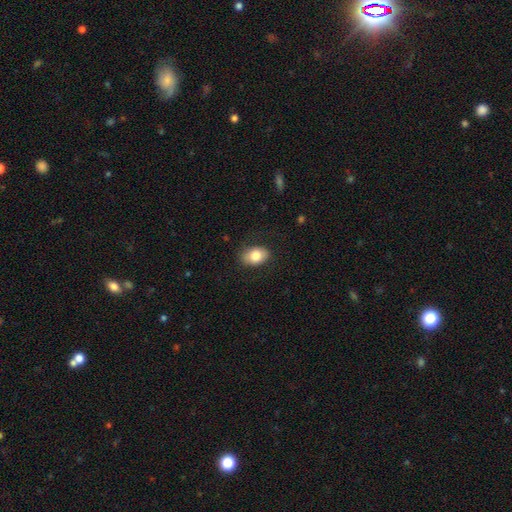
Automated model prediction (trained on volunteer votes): This appears to be a smooth galaxy with no disk features (82%) that is in between round and cigar-shaped (80%). Merging: none (80%).